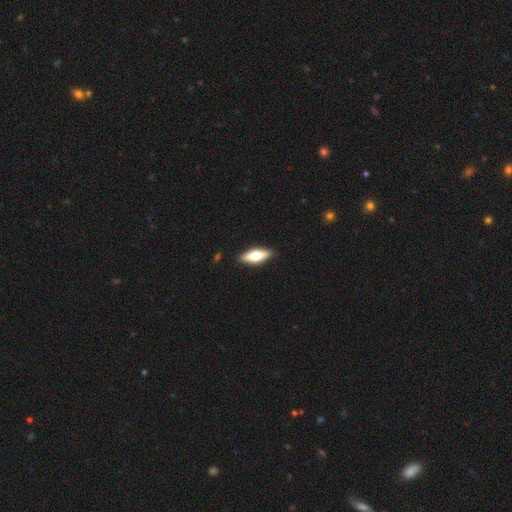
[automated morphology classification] A smooth galaxy with no disk features (56%) that is in between round and cigar-shaped (59%). Merging: none (89%).